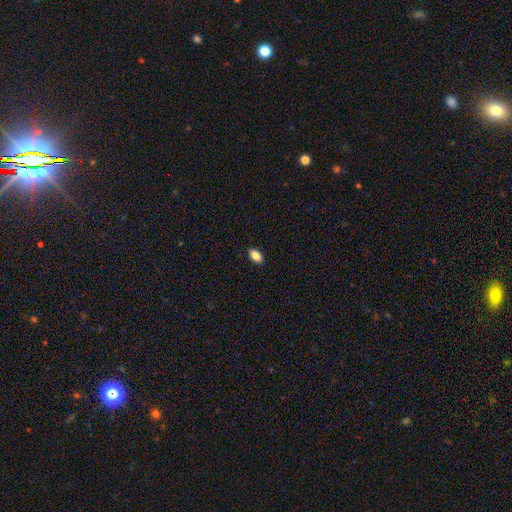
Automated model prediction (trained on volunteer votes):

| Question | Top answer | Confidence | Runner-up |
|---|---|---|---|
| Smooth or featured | smooth | 86% | star or artifact (8%) |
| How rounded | in between | 90% | round (8%) |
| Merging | none | 89% | minor disturbance (8%) |